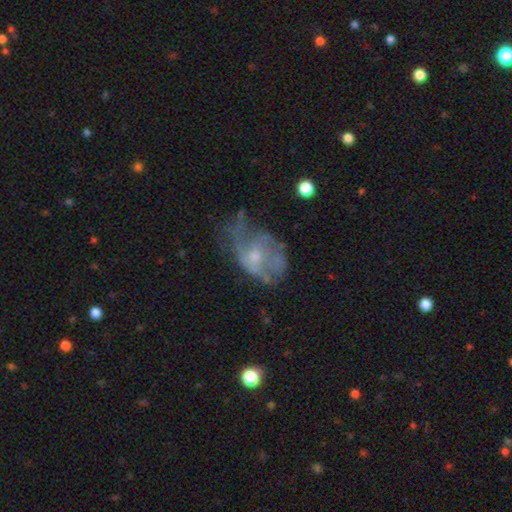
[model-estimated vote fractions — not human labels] Morphology: type=featured or disk (62%); edge-on=no (96%); bar=no (74%); spiral arms=no (52%); bulge=small (56%); merging=none (35%).